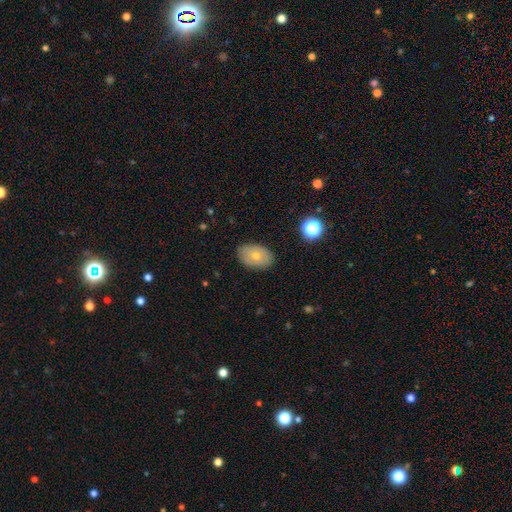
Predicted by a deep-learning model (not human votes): Smooth or featured: smooth — 61% (featured or disk — 30%)
How rounded: in between — 85% (round — 14%)
Merging: none — 84% (minor disturbance — 12%)